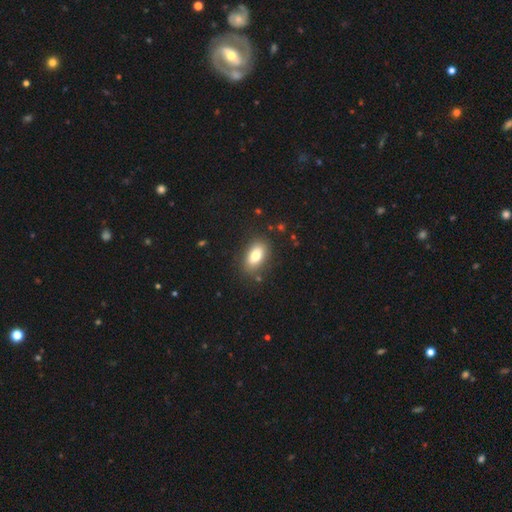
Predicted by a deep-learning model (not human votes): smooth 79%, featured or disk 13%, star or artifact 8%. Down the decision tree: how rounded — in between (89%); merging — none (84%).